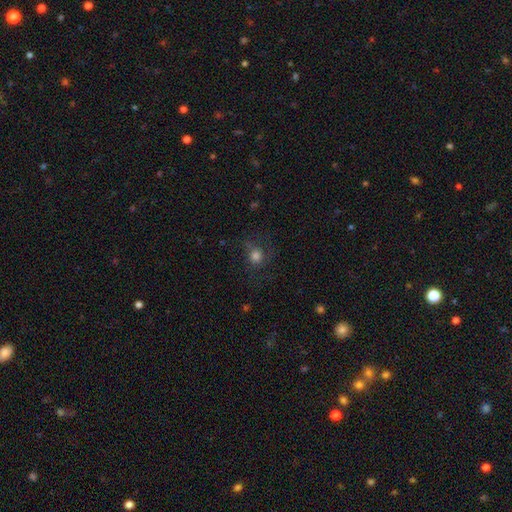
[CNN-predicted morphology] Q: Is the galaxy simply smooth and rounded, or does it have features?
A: smooth — 57%.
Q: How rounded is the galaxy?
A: round — 82%.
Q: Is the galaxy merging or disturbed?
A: none — 63%.